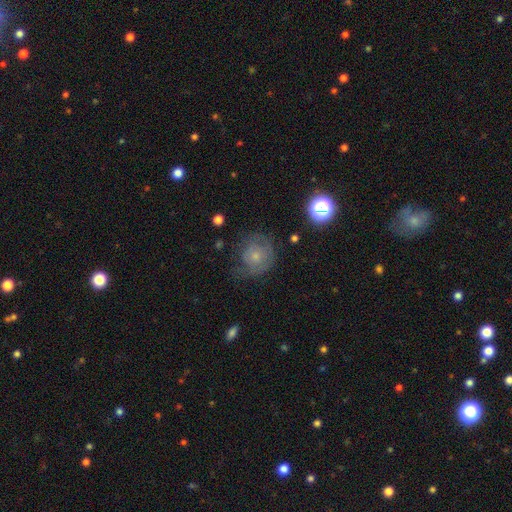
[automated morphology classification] Smooth or featured: smooth — 51% (featured or disk — 38%)
How rounded: round — 82% (in between — 17%)
Merging: none — 49% (minor disturbance — 27%)